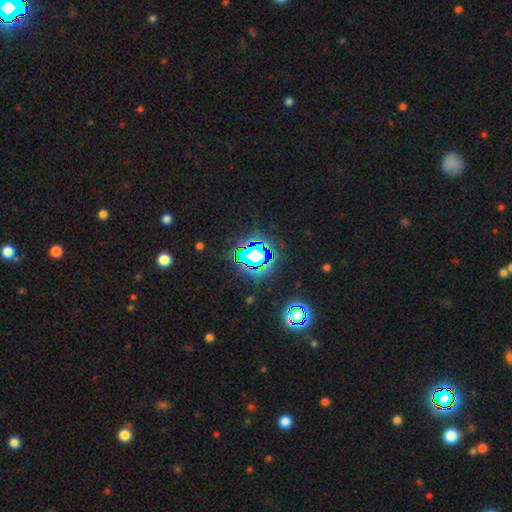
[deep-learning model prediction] This appears to be a star or artifact, not a galaxy (73%).